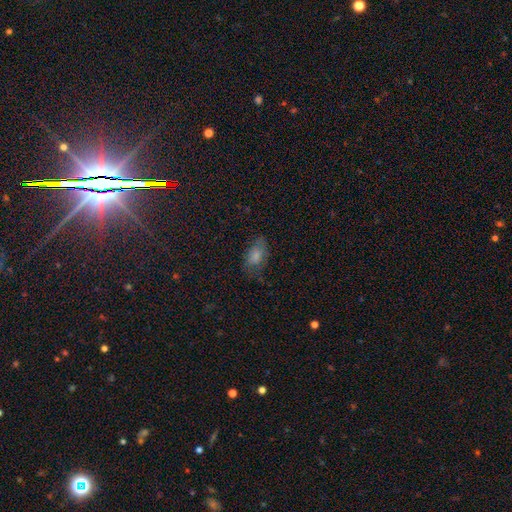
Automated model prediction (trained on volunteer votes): Smooth or featured? smooth (72%)
How rounded? in between (89%)
Merging? none (54%)